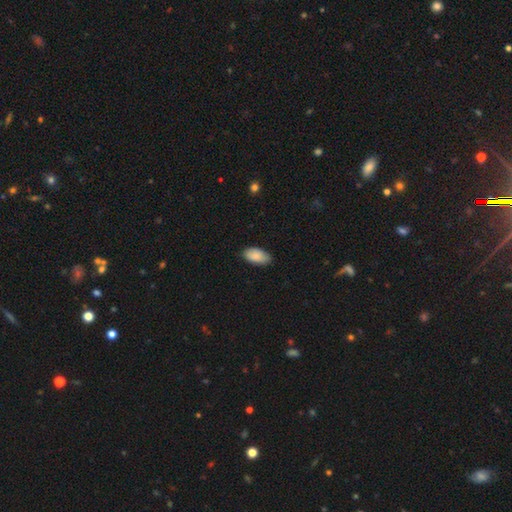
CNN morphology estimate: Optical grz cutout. It shows a smooth galaxy with no disk features (87%) that is in between round and cigar-shaped (95%). Merging: none (78%).